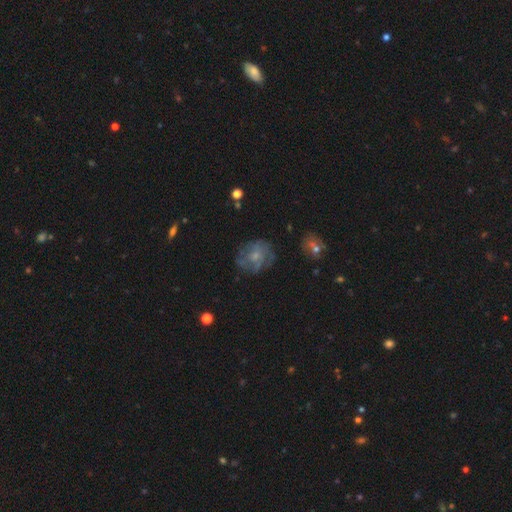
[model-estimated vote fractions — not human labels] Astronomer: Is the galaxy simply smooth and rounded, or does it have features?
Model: featured or disk — 60%.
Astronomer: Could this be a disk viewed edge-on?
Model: no — 97%.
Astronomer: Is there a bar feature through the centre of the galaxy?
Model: no — 79%.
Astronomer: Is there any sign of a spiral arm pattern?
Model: yes — 69%.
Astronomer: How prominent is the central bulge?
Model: small — 59%.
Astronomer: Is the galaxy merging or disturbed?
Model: none — 69%.